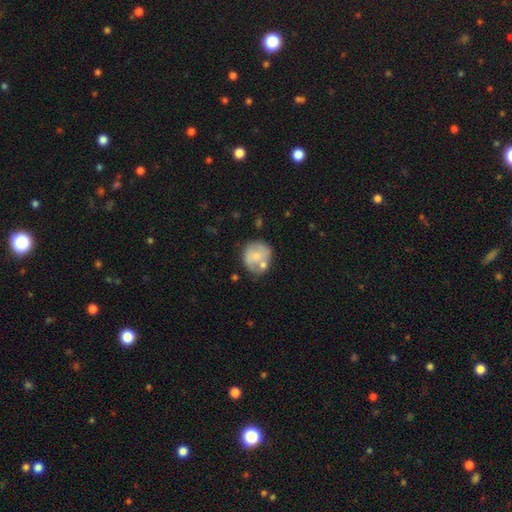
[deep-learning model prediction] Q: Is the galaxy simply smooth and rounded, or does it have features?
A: smooth — 58%.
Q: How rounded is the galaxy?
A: round — 83%.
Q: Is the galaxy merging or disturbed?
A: none — 50%.